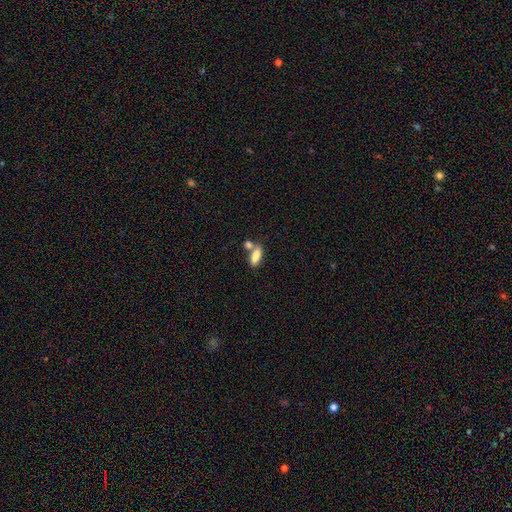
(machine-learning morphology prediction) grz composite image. It shows a smooth galaxy with no disk features (83%) that is in between round and cigar-shaped (74%). Merging: none (48%).